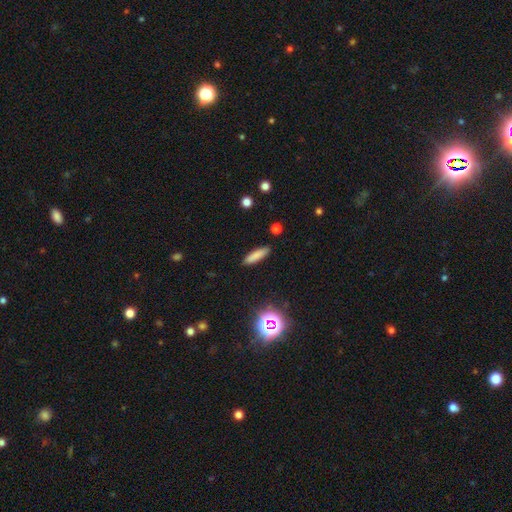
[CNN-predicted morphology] This is clearly a smooth galaxy (80%). How rounded: likely cigar-shaped (69%). Merging: clearly none (89%).